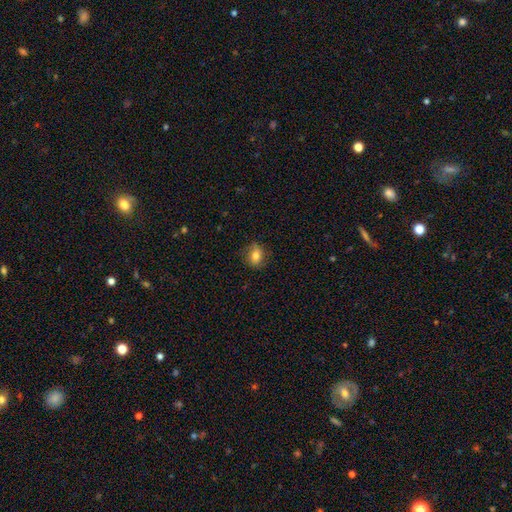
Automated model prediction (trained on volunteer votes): A smooth galaxy with no disk features (77%) that is in between round and cigar-shaped (50%).

Vote fractions:
- Smooth or featured? smooth: 77% / featured or disk: 13% / star or artifact: 10%
- How rounded? in between: 50% / round: 48% / cigar-shaped: 2%
- Merging? none: 78% / minor disturbance: 17% / major disturbance: 4% / merger: 1%